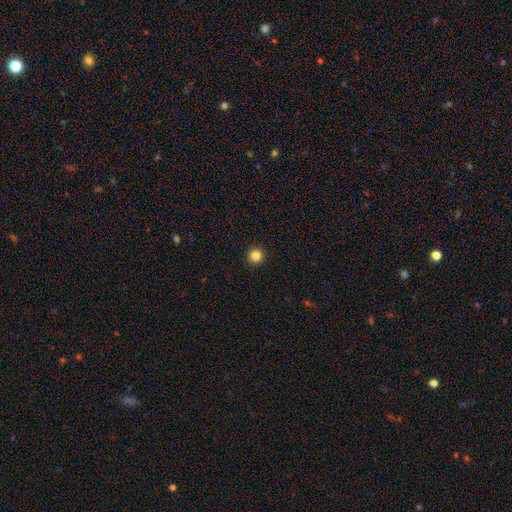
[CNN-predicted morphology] This appears to be a smooth galaxy with no disk features (84%) that is round (96%). Merging: none (94%).